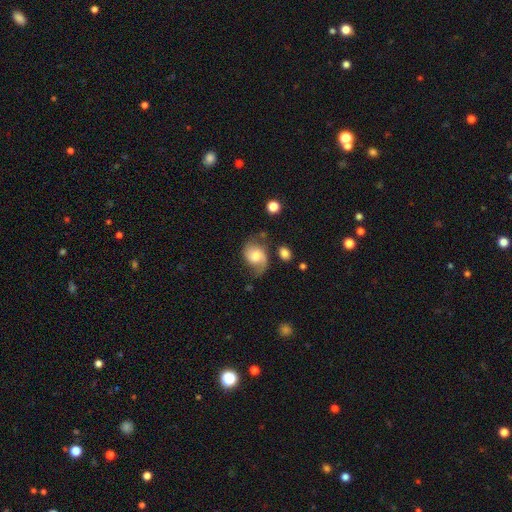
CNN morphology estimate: Overall: featured or disk (59%; smooth 33%). Edge-on disk: no (97%). Bar: no (61%; weak 33%). Spiral arms: yes (89%). Spiral arm count: 2 (67%). Spiral winding: loose (46%; medium 39%). Bulge size: moderate (57%; small 21%). Merging: none (49%; minor disturbance 28%).